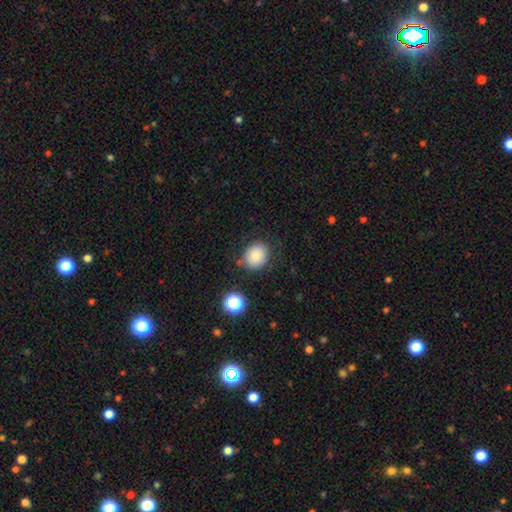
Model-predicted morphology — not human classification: This is clearly a smooth galaxy (84%). How rounded: likely round (67%). Merging: likely none (78%).